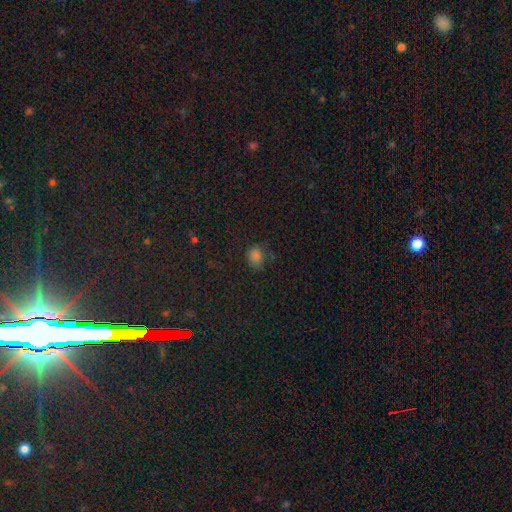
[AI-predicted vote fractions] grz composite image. It shows a smooth galaxy with no disk features (71%) that is in between round and cigar-shaped (53%). Merging: none (64%).